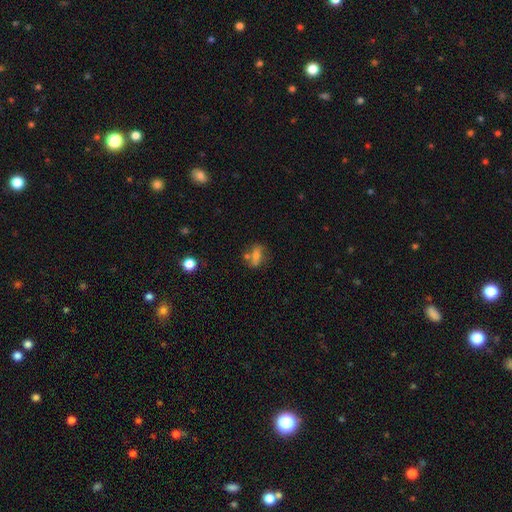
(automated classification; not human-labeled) Morphology: type=smooth (59%); roundness=in between (64%); merging=none (61%).